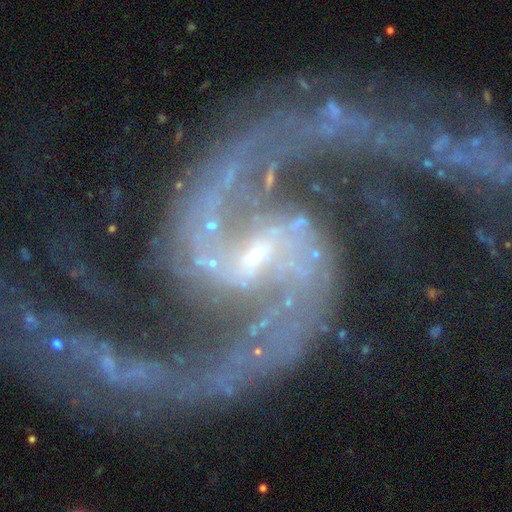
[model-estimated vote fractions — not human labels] featured or disk 92%, star or artifact 5%, smooth 2%. Down the decision tree: edge-on disk — no (98%); bar — weak (52%); spiral arms — yes (98%); spiral arm count — 2 (92%); spiral winding — loose (63%); bulge size — small (70%); merging — none (50%).